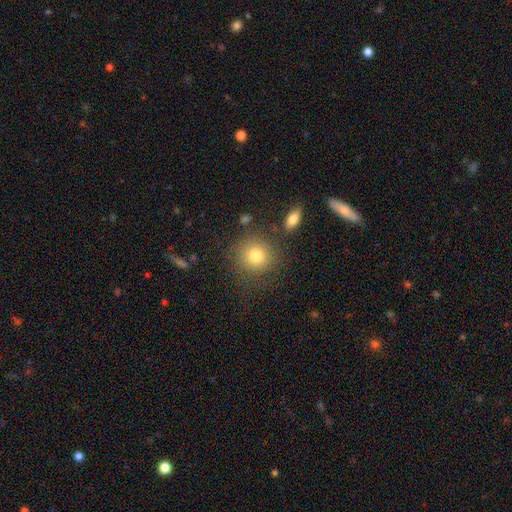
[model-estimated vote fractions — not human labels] Morphology: type=smooth (79%); roundness=round (89%); merging=none (81%).